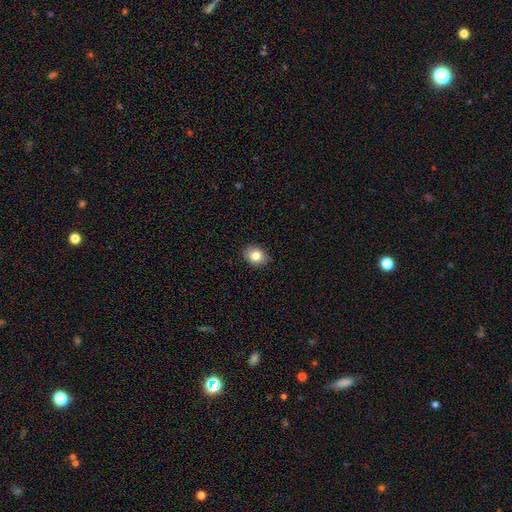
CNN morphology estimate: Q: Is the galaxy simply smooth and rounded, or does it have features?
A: smooth — 81%.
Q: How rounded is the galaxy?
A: in between — 56%.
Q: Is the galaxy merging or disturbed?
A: none — 88%.